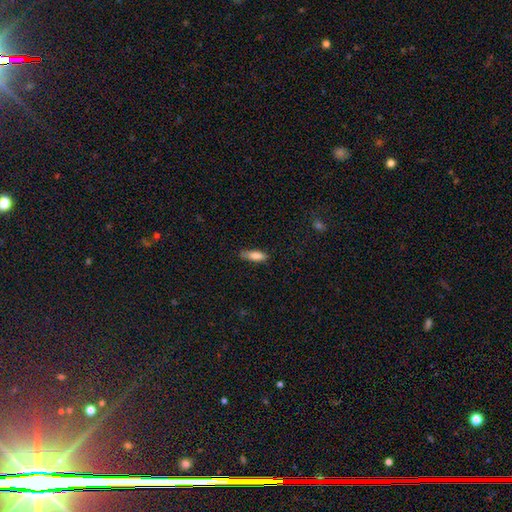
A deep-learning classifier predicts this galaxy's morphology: smooth-or-featured: smooth: 84% | featured or disk: 9% | star or artifact: 7%
  how-rounded: in between: 55% | cigar-shaped: 43% | round: 2%
  merging: none: 72% | minor disturbance: 22% | major disturbance: 4% | merger: 2%